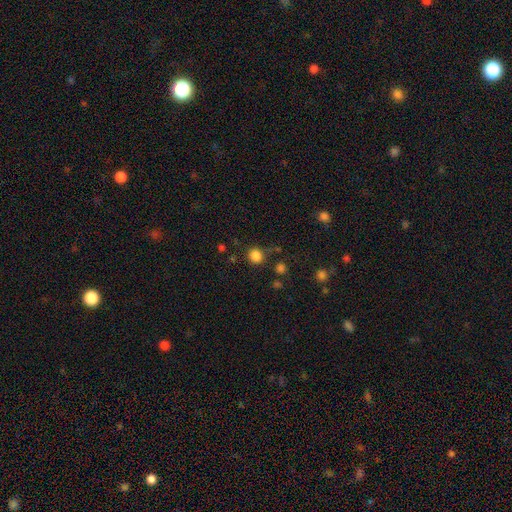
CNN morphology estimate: The model was most divided on "smooth or featured": smooth: 83%, star or artifact: 13%, featured or disk: 4%. More confident: how rounded — round (91%); merging — none (80%).